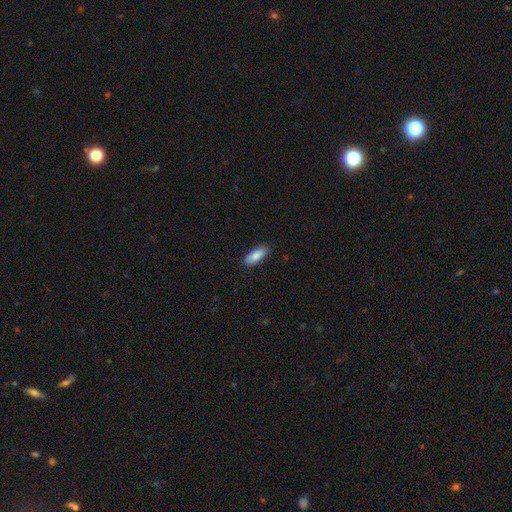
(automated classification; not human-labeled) A smooth galaxy with no disk features (87%) that is in between round and cigar-shaped (72%).

Vote fractions:
- Smooth or featured? smooth: 87% / featured or disk: 7% / star or artifact: 6%
- How rounded? in between: 72% / cigar-shaped: 26% / round: 2%
- Merging? none: 86% / minor disturbance: 11% / major disturbance: 2% / merger: 1%